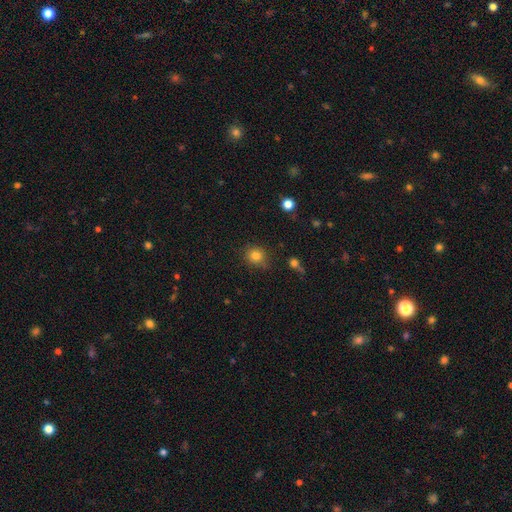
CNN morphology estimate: smooth 82%, star or artifact 12%, featured or disk 6%. Down the decision tree: how rounded — round (82%); merging — none (79%).